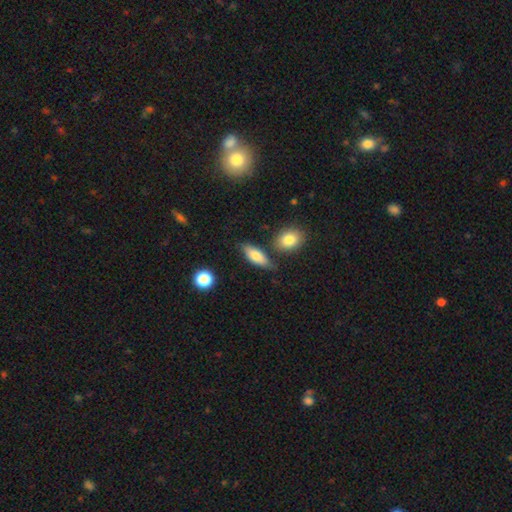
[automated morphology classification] This is likely a smooth galaxy (74%). How rounded: likely in between (74%). Merging: likely none (70%).